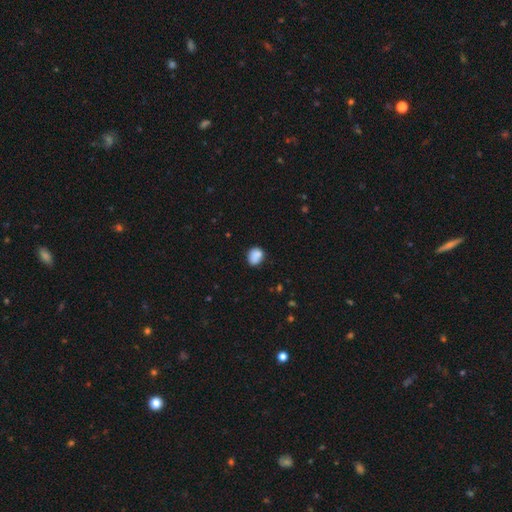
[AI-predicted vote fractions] This is clearly a smooth galaxy (85%). How rounded: possibly in between (51%). Merging: likely none (64%).